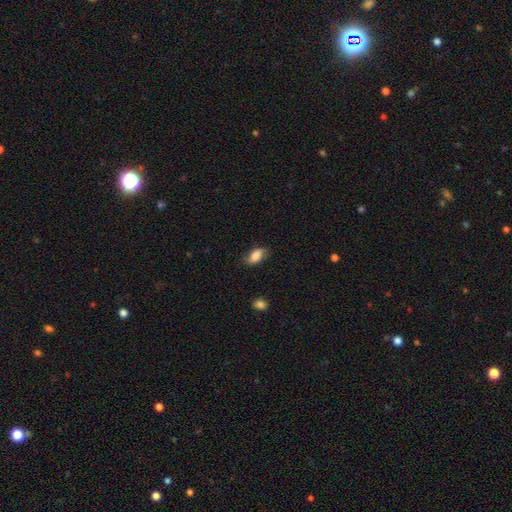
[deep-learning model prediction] Smooth or featured? smooth (81%)
How rounded? in between (90%)
Merging? none (71%)